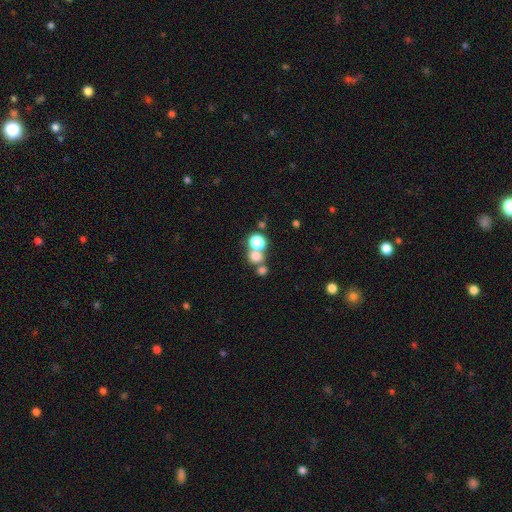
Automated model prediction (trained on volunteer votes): smooth_or_featured: smooth (p=0.70) [alt: star or artifact p=0.20]
how_rounded: round (p=0.79) [alt: in between p=0.20]
merging: none (p=0.46) [alt: merger p=0.42]